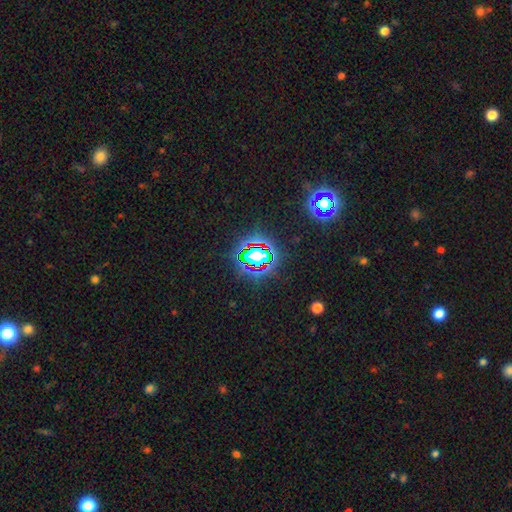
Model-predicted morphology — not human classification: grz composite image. It shows a star or artifact, not a galaxy (71%).